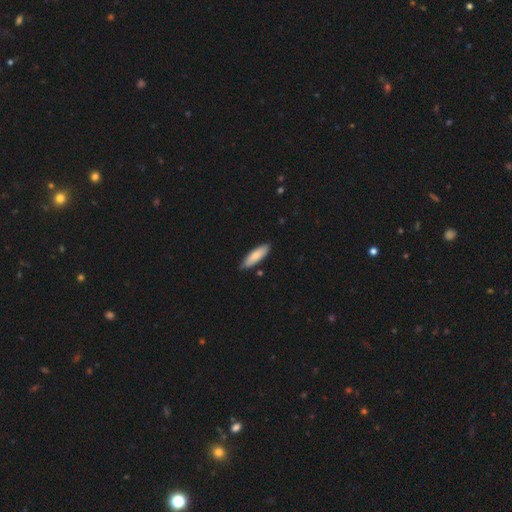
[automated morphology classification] Smooth or featured? smooth (81%)
How rounded? cigar-shaped (54%)
Merging? none (84%)